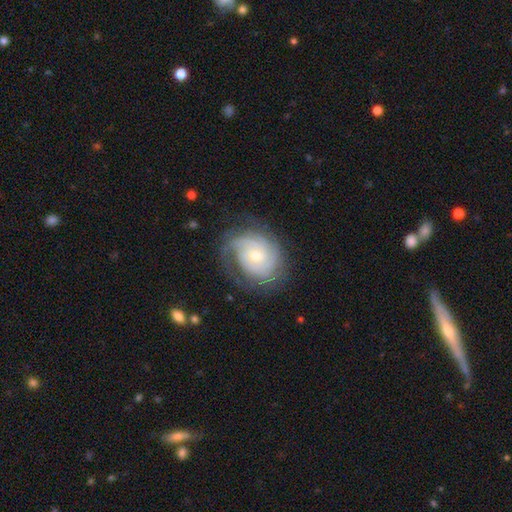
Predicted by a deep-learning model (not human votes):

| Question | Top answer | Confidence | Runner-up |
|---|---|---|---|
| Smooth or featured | featured or disk | 83% | smooth (11%) |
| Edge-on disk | no | 97% | yes (3%) |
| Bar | no | 72% | weak (24%) |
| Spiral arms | yes | 96% | no (4%) |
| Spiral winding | tight | 69% | medium (24%) |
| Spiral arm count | can't tell | 31% | 3 (24%) |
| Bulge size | small | 51% | moderate (45%) |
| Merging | none | 70% | minor disturbance (19%) |